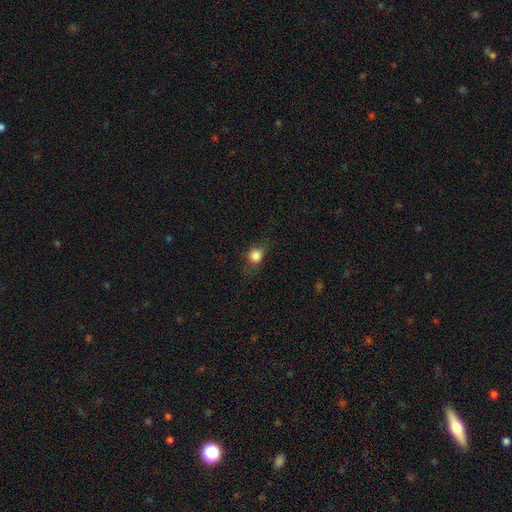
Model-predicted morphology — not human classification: type=smooth (82%); roundness=round (72%); merging=none (66%).